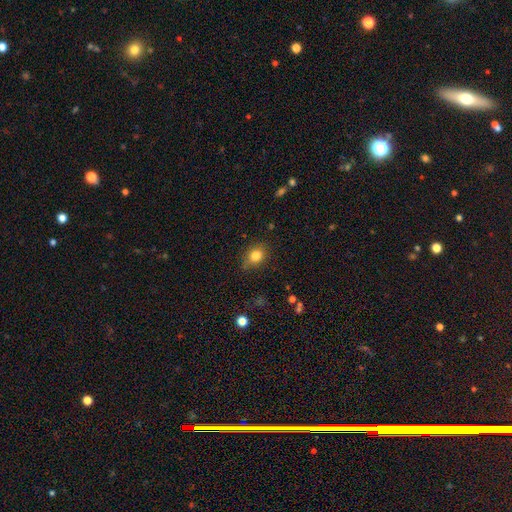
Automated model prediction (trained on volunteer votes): Smooth or featured? Predicted: smooth (p=0.81). How rounded? Predicted: round (p=0.59). Merging? Predicted: none (p=0.72).